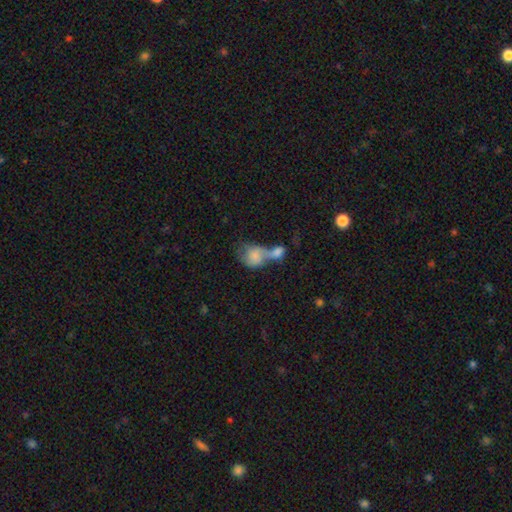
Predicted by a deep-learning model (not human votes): smooth 68%, featured or disk 24%, star or artifact 8%. Down the decision tree: how rounded — in between (50%); merging — merger (77%).